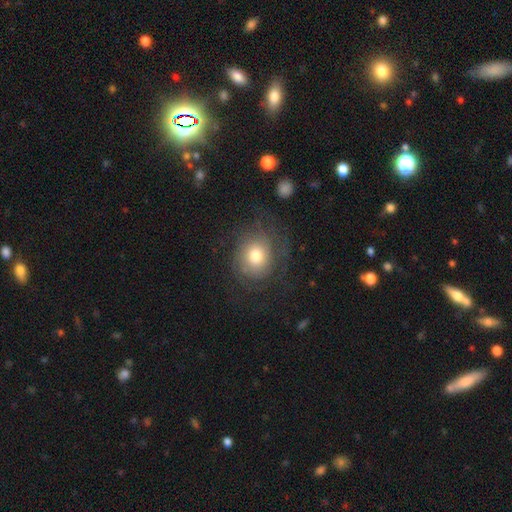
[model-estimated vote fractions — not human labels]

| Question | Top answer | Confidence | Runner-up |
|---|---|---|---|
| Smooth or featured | smooth | 46% | featured or disk (43%) |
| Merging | none | 65% | major disturbance (17%) |